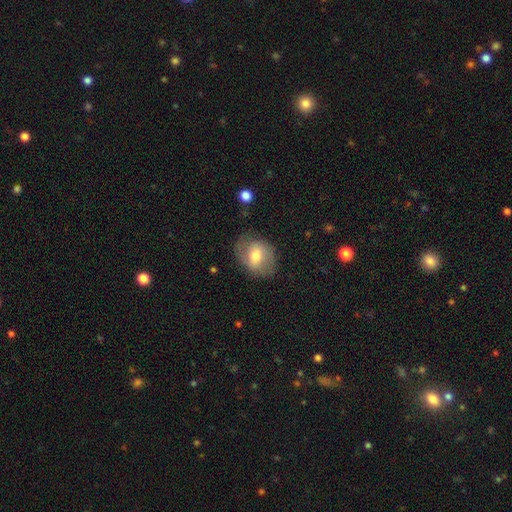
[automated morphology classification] smooth-or-featured: smooth: 50% | featured or disk: 43% | star or artifact: 7%
  merging: none: 68% | minor disturbance: 21% | major disturbance: 10% | merger: 1%